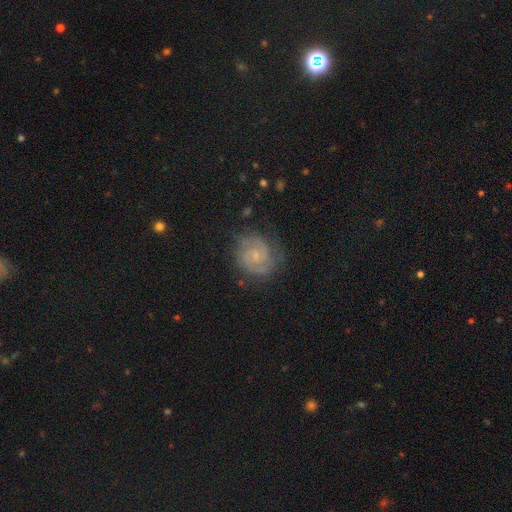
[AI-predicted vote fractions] This appears to be a featured or disk galaxy (78%) with no bar (61%), 2 (72%) tight (58%) spiral arms (95%) and a small central bulge (70%). Merging: none (77%).